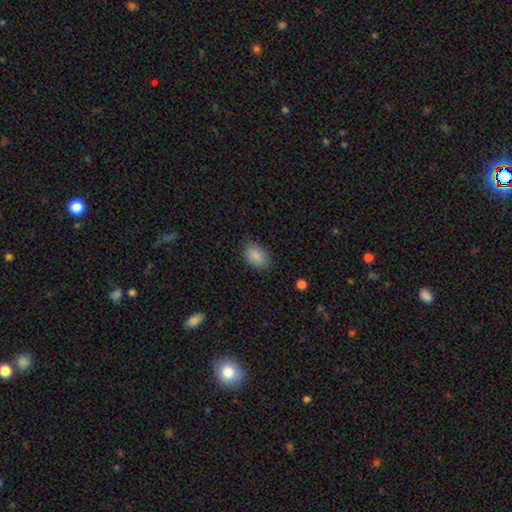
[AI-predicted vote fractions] Overall: smooth (88%). How rounded: in between (87%). Merging: none (85%).